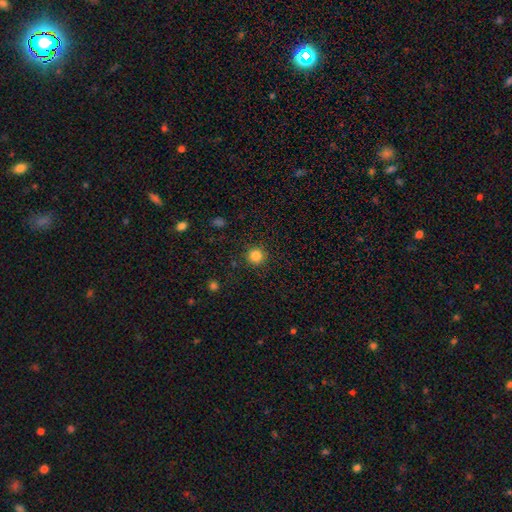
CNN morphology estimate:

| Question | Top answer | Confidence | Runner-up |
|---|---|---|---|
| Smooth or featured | smooth | 85% | star or artifact (12%) |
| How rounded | round | 95% | in between (4%) |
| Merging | none | 90% | minor disturbance (6%) |